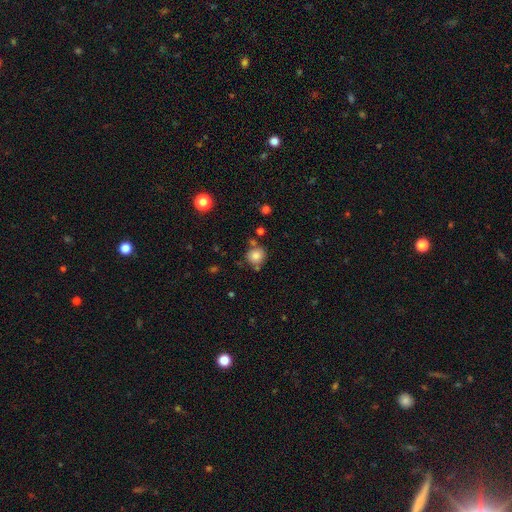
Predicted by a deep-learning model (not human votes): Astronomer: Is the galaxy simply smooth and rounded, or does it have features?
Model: smooth — 83%.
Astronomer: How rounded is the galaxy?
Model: round — 84%.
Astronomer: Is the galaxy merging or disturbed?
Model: none — 73%.